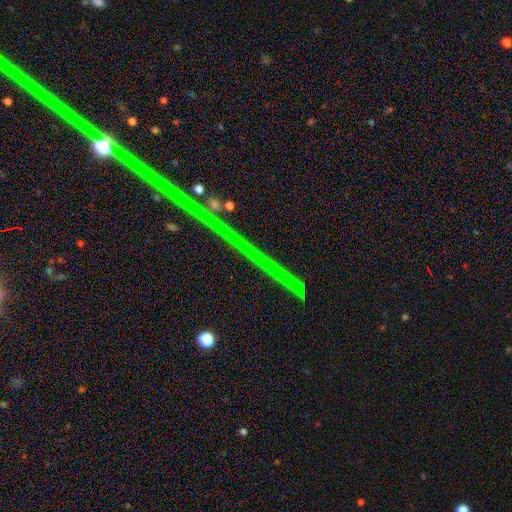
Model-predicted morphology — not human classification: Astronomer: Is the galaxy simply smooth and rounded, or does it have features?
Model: star or artifact — 83%.